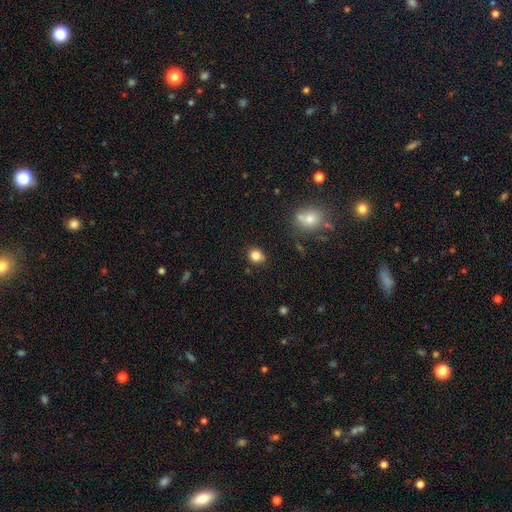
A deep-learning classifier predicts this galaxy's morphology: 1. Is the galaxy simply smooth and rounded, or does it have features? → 83% smooth, 12% star or artifact, 5% featured or disk.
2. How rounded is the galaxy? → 77% round, 22% in between, 1% cigar-shaped.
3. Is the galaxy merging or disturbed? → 83% none, 11% minor disturbance, 3% major disturbance, 2% merger.